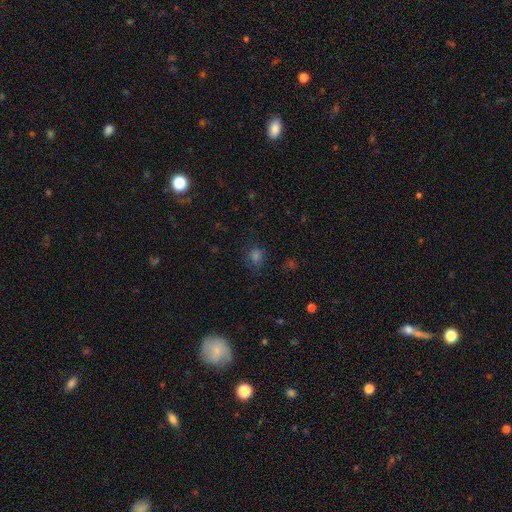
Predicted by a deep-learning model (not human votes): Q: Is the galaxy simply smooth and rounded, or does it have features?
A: smooth — 63%.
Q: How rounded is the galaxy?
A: round — 74%.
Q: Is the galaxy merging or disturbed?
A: none — 75%.